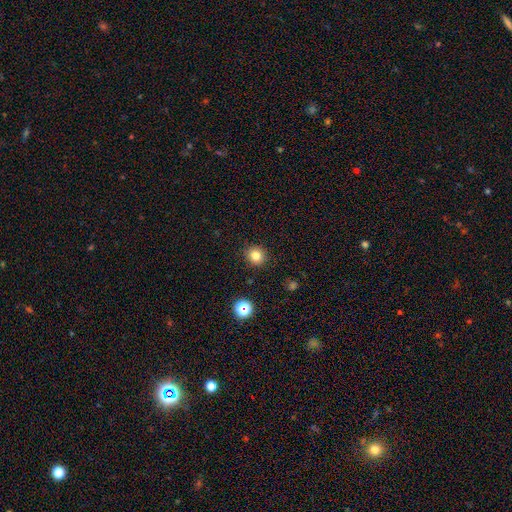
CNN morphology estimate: Q: Smooth or featured?
A: smooth (81%); runner-up: star or artifact (13%)
Q: How rounded?
A: round (86%); runner-up: in between (13%)
Q: Merging?
A: none (90%); runner-up: minor disturbance (7%)